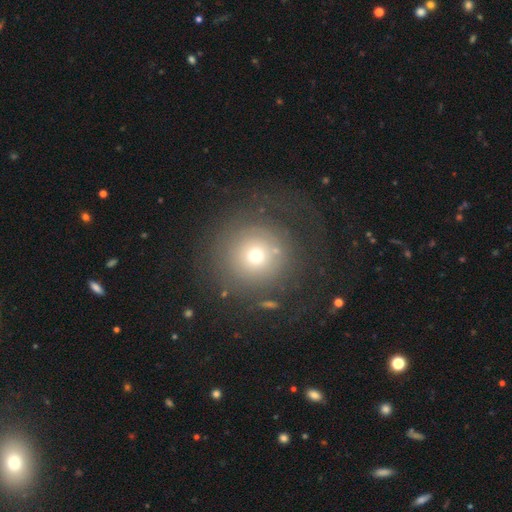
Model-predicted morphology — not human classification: Overall: smooth (57%; featured or disk 29%). How rounded: round (94%). Merging: none (63%).